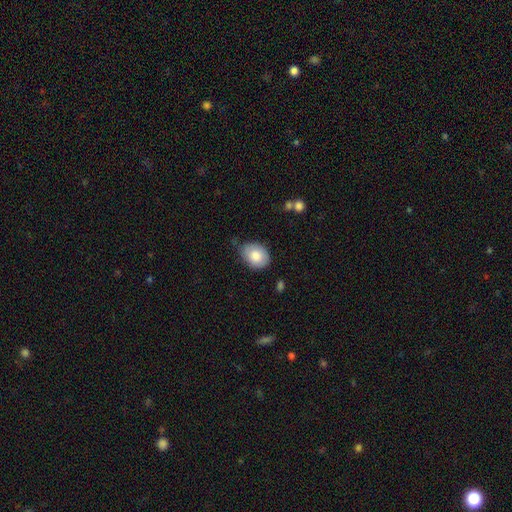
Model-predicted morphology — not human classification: Smooth or featured: smooth — 82% (featured or disk — 12%)
How rounded: in between — 65% (round — 34%)
Merging: none — 61% (minor disturbance — 30%)